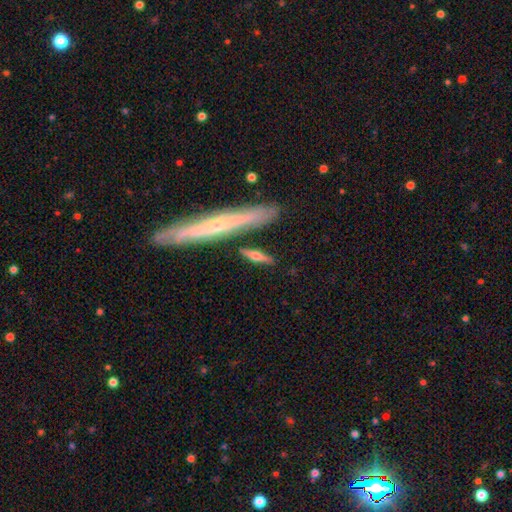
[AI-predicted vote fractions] This is possibly a featured or disk galaxy (47%). Merging: likely none (77%).